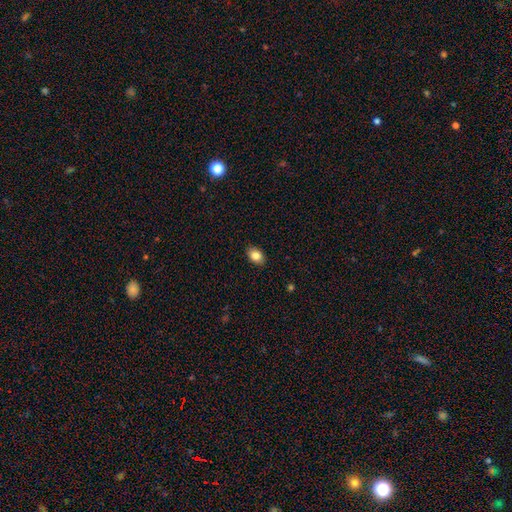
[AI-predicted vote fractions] A smooth galaxy with no disk features (84%) that is in between round and cigar-shaped (81%). Merging: none (88%).